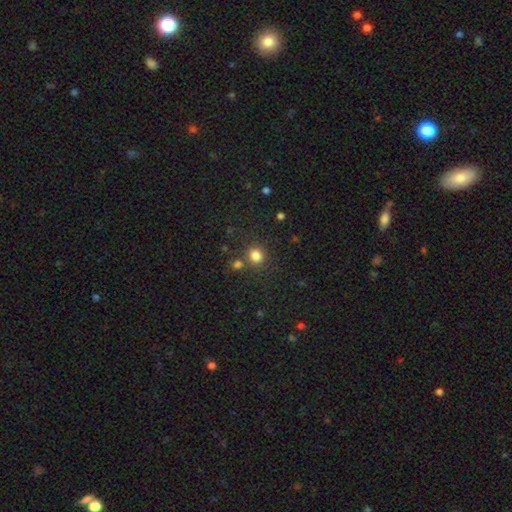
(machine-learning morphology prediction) Smooth or featured? Predicted: smooth (p=0.81). How rounded? Predicted: round (p=0.84). Merging? Predicted: none (p=0.73).